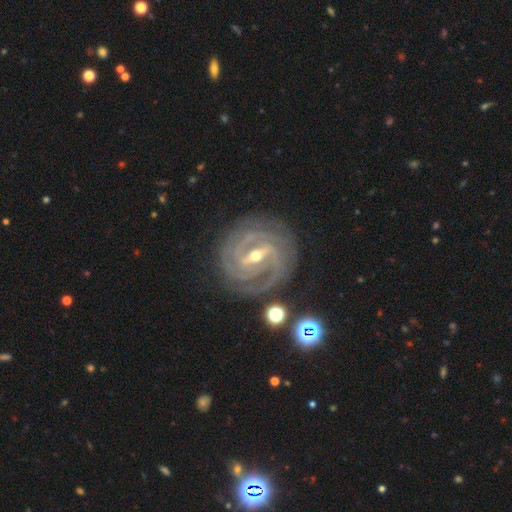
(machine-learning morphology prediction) This is clearly a featured or disk galaxy (92%). It is clearly not viewed edge-on (96%). Bar: likely strong (64%). Spiral arm pattern: clearly yes (98%). Spiral arm count: marginally 2 (39%). Spiral winding: likely tight (78%). Central bulge: possibly small (53%). Merging: clearly none (83%).